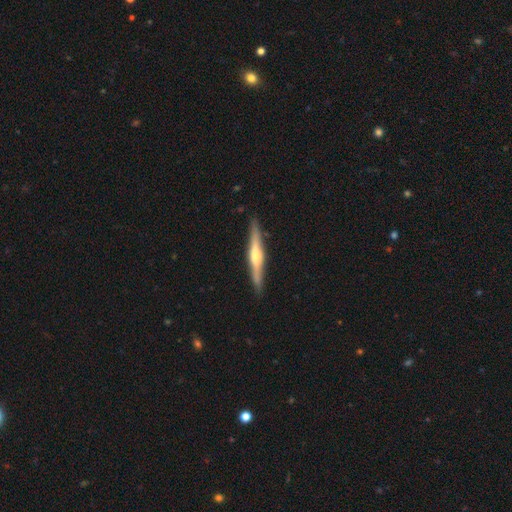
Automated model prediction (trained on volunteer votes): Smooth or featured?
  - featured or disk: 68% *
  - smooth: 27%
  - star or artifact: 5%
Edge-on disk?
  - yes: 97% *
  - no: 3%
Edge-on bulge?
  - rounded: 83% *
  - none: 10%
  - boxy: 7%
Merging?
  - none: 90% *
  - minor disturbance: 7%
  - major disturbance: 1%
  - merger: 1%